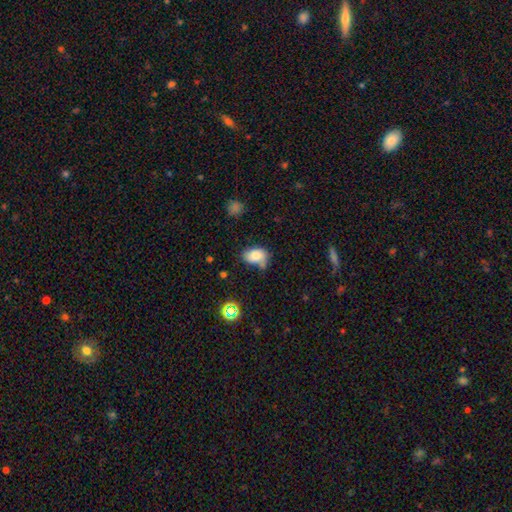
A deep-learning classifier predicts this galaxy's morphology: Smooth or featured: smooth — 74% (featured or disk — 16%)
How rounded: in between — 81% (round — 18%)
Merging: none — 40% (minor disturbance — 33%)